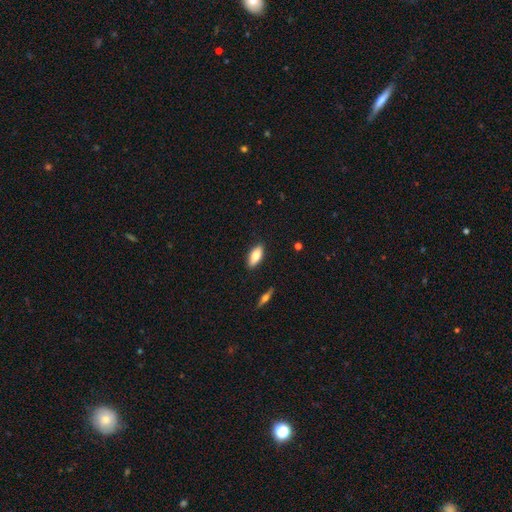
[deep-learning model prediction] Smooth or featured?
  - smooth: 76% *
  - featured or disk: 18%
  - star or artifact: 7%
How rounded?
  - in between: 82% *
  - cigar-shaped: 16%
  - round: 2%
Merging?
  - none: 87% *
  - minor disturbance: 10%
  - major disturbance: 2%
  - merger: 1%